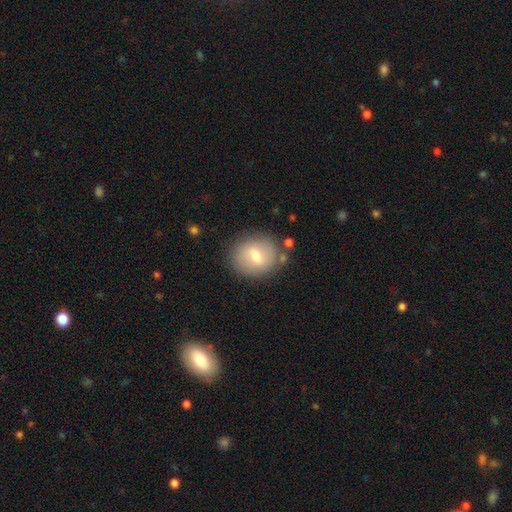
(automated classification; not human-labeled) This appears to be a smooth galaxy with no disk features (62%) that is round (76%). Merging: none (80%).